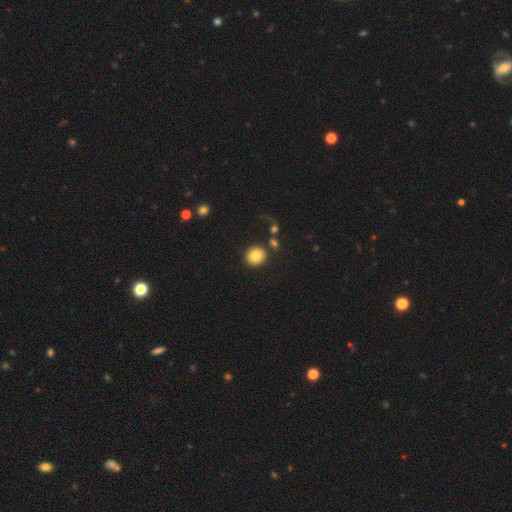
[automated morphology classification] Overall: smooth (82%). How rounded: round (86%). Merging: none (83%).